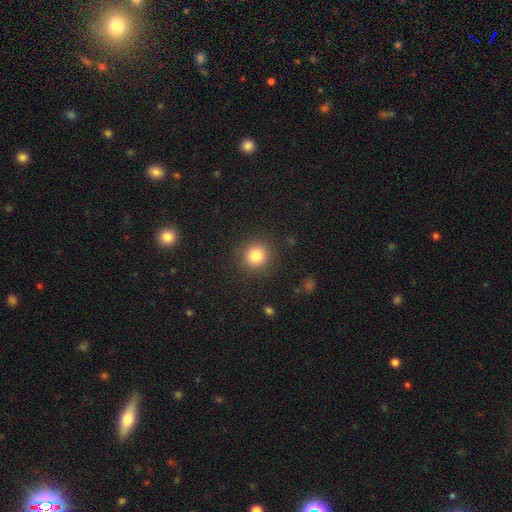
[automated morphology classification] smooth_or_featured: smooth (p=0.83) [alt: star or artifact p=0.11]
how_rounded: round (p=0.91) [alt: in between p=0.08]
merging: none (p=0.89) [alt: minor disturbance p=0.07]